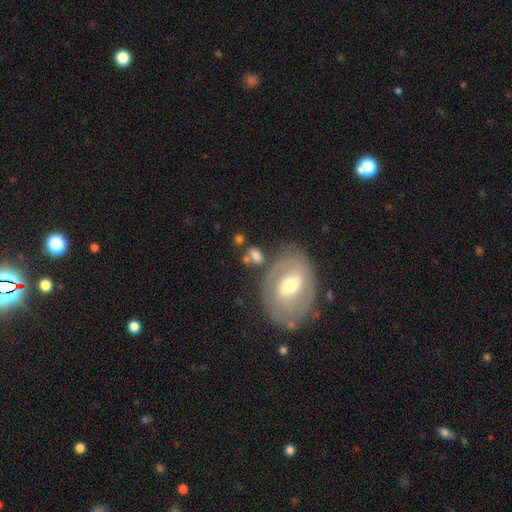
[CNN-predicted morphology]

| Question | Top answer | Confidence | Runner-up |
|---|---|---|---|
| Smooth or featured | smooth | 65% | featured or disk (26%) |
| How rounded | in between | 73% | round (23%) |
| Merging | none | 56% | merger (18%) |